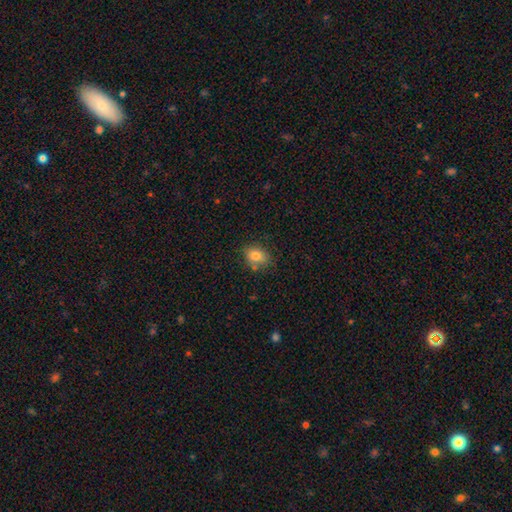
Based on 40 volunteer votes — Q: Smooth or featured?
A: smooth (80%); runner-up: featured or disk (10%)
Q: How rounded?
A: in between (62%); runner-up: round (34%)
Q: Merging?
A: none (67%); runner-up: minor disturbance (19%)